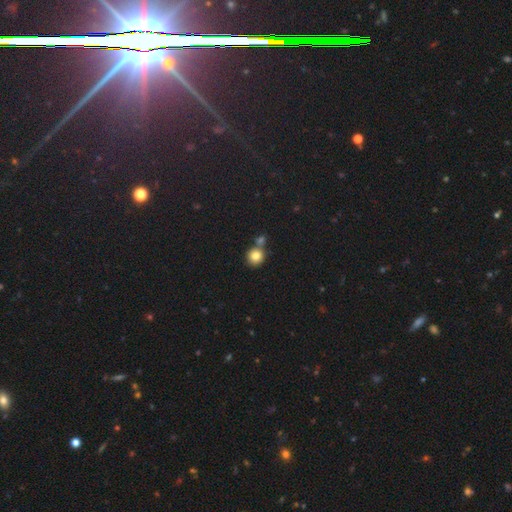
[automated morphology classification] type=smooth (82%); roundness=round (89%); merging=none (59%).